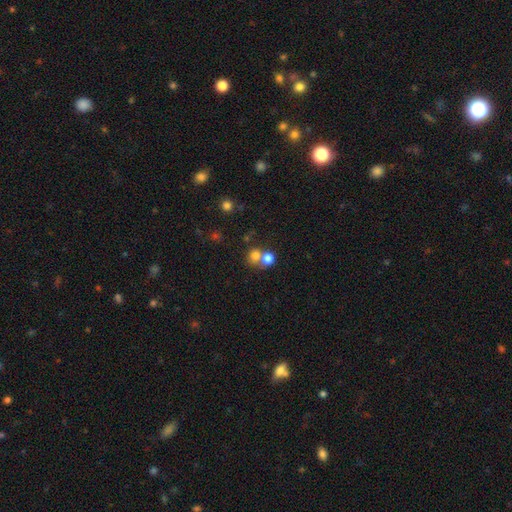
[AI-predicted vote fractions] Morphology: type=smooth (75%); roundness=round (79%); merging=merger (52%).